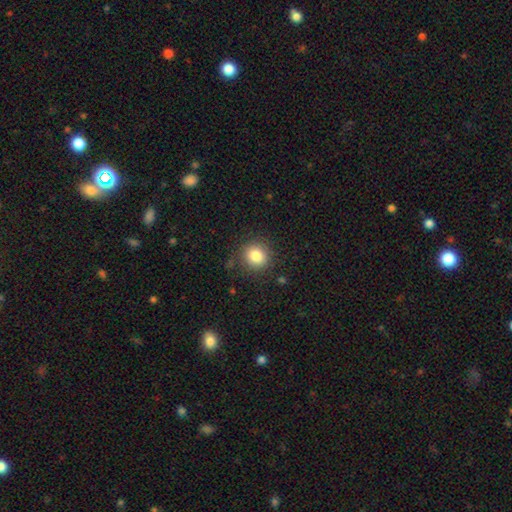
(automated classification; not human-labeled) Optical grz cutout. It shows a smooth galaxy with no disk features (83%) that is round (85%). Merging: none (85%).